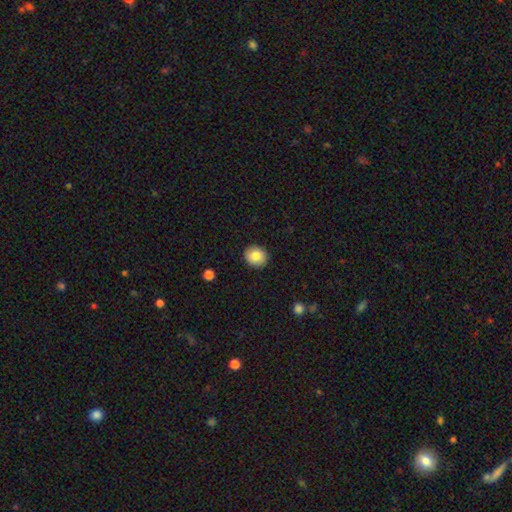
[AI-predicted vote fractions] This is clearly a smooth galaxy (82%). How rounded: likely round (79%). Merging: clearly none (91%).